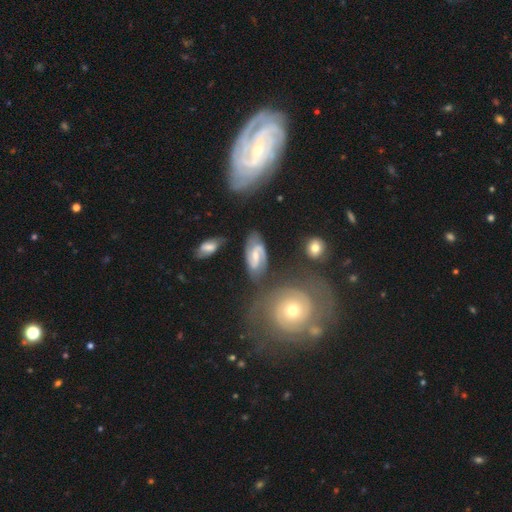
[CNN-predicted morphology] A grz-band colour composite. It shows a featured or disk galaxy (78%) with a weak bar (54%), 2 (86%) medium (48%) spiral arms (92%) and a small central bulge (51%). Merging: none (69%).